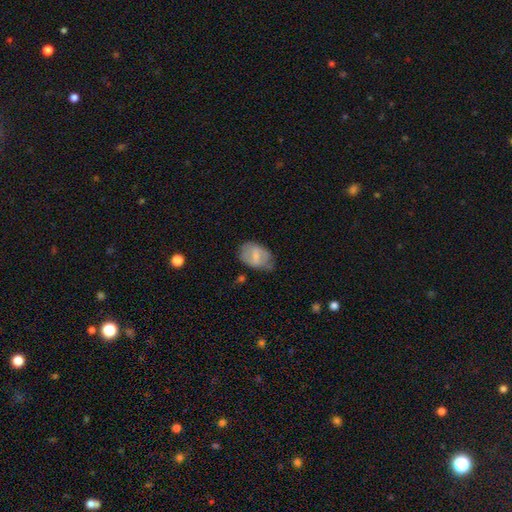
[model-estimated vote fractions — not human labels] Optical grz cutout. It shows a smooth galaxy with no disk features (57%) that is in between round and cigar-shaped (85%). Merging: none (59%).